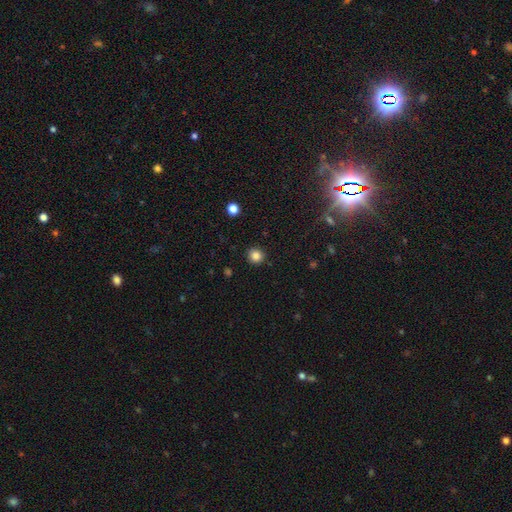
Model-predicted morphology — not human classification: smooth_or_featured: smooth (p=0.84) [alt: star or artifact p=0.12]
how_rounded: round (p=0.93) [alt: in between p=0.06]
merging: none (p=0.91) [alt: minor disturbance p=0.06]